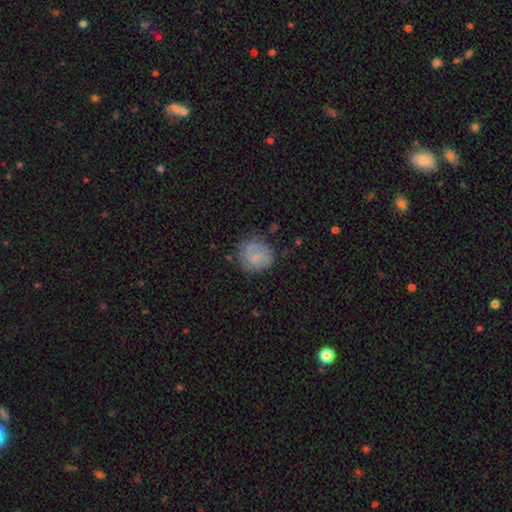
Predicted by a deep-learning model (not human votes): Q: Smooth or featured?
A: smooth (60%); runner-up: featured or disk (32%)
Q: How rounded?
A: round (86%); runner-up: in between (13%)
Q: Merging?
A: none (68%); runner-up: minor disturbance (21%)